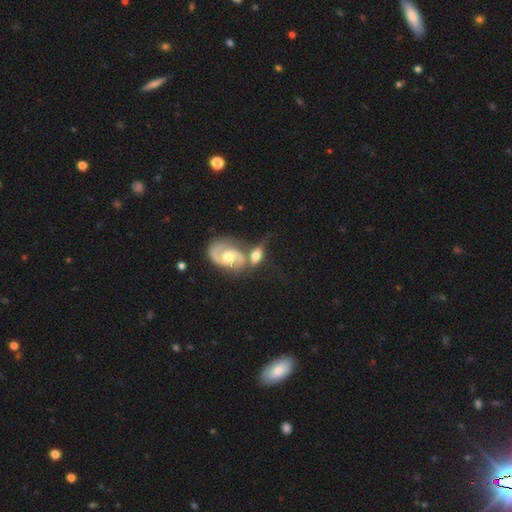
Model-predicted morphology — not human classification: Overall: featured or disk (65%; smooth 28%). Edge-on disk: no (88%). Bar: no (54%; weak 36%). Spiral arms: yes (87%). Bulge size: moderate (61%). Merging: merger (50%; none 29%).